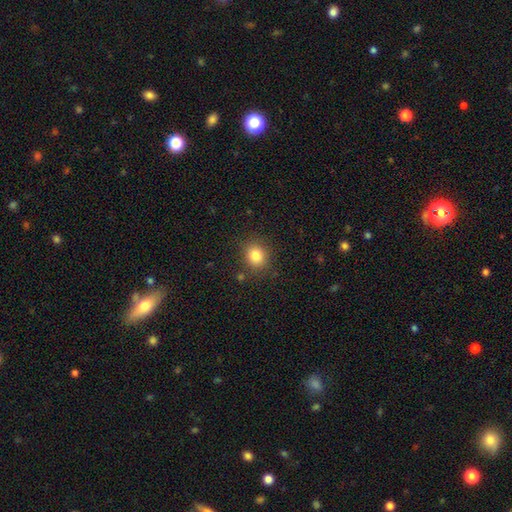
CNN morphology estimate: A smooth galaxy with no disk features (82%) that is round (74%). Merging: none (85%).